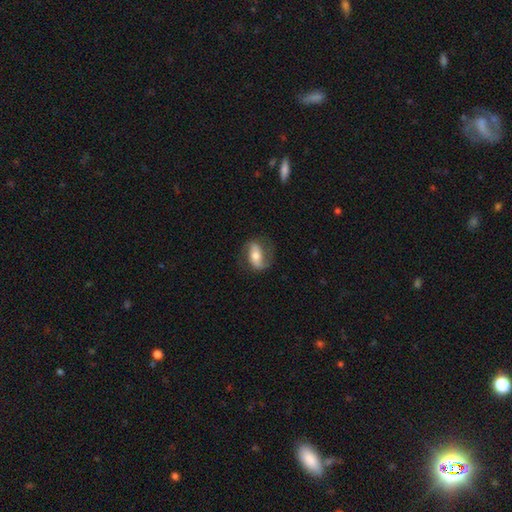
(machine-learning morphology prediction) Smooth or featured: featured or disk — 67% (smooth — 26%)
Edge-on disk: no — 94% (yes — 6%)
Bar: strong — 36% (no — 34%)
Spiral arms: yes — 88% (no — 12%)
Spiral winding: medium — 41% (loose — 39%)
Spiral arm count: 2 — 82% (1 — 10%)
Bulge size: moderate — 63% (small — 23%)
Merging: none — 70% (minor disturbance — 18%)